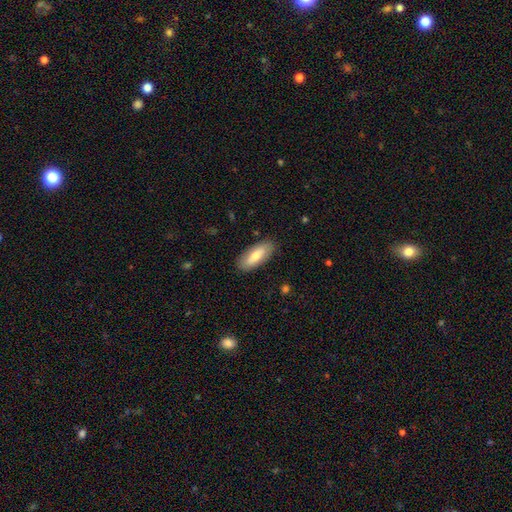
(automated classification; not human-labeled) A smooth galaxy with no disk features (76%) that is in between round and cigar-shaped (76%). Merging: none (87%).